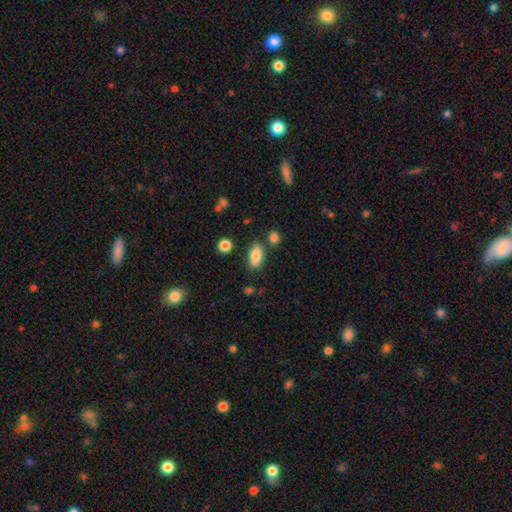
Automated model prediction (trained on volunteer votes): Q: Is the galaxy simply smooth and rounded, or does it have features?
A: smooth — 85%.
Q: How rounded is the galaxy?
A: in between — 88%.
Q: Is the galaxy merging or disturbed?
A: none — 79%.